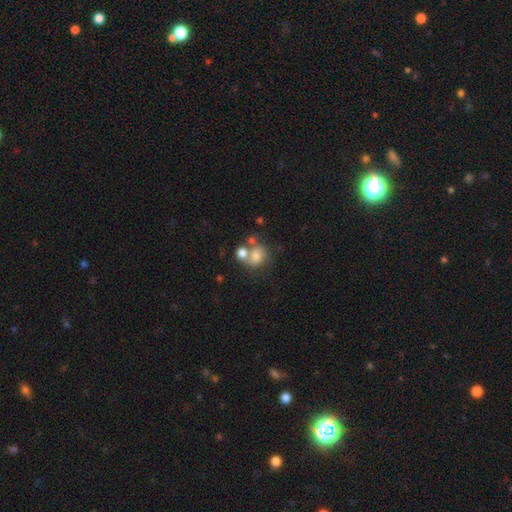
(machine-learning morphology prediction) Smooth or featured: smooth — 70% (featured or disk — 19%)
How rounded: round — 65% (in between — 34%)
Merging: merger — 43% (none — 36%)